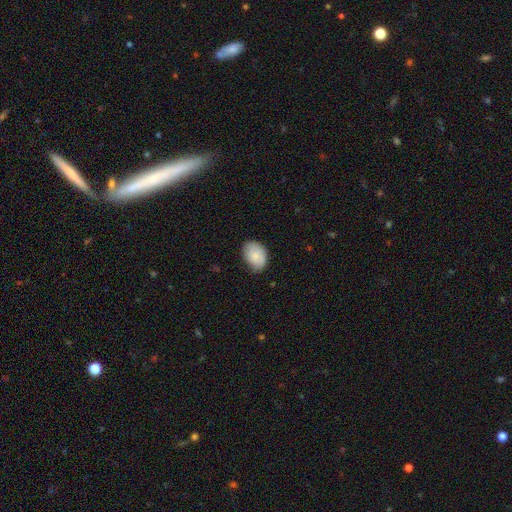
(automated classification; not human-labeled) smooth 85%, featured or disk 8%, star or artifact 7%. Down the decision tree: how rounded — in between (79%); merging — none (69%).